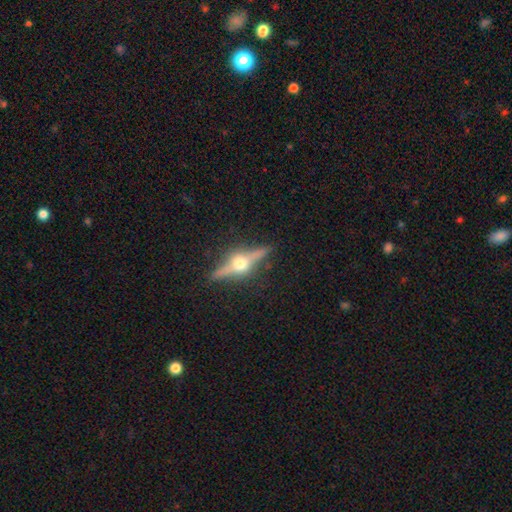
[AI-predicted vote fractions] smooth-or-featured: featured or disk: 71% | smooth: 17% | star or artifact: 12%
  disk-edge-on: yes: 92% | no: 8%
    edge-on-bulge: rounded: 95% | boxy: 3% | none: 2%
  merging: none: 87% | minor disturbance: 8% | major disturbance: 3% | merger: 2%